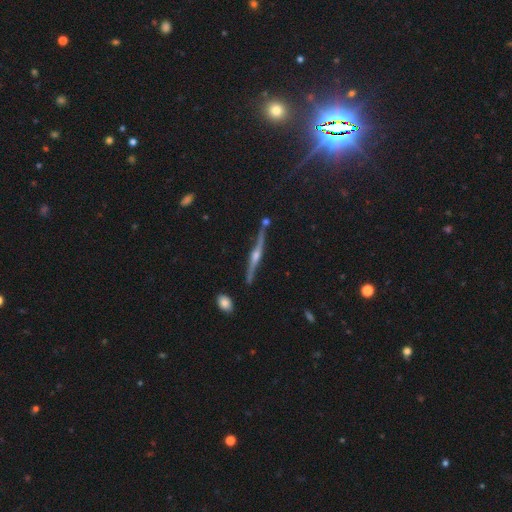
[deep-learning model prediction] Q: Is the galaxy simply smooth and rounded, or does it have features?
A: featured or disk — 77%.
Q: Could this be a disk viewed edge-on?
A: yes — 96%.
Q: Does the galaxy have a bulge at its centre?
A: rounded — 89%.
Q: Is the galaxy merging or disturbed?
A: none — 83%.